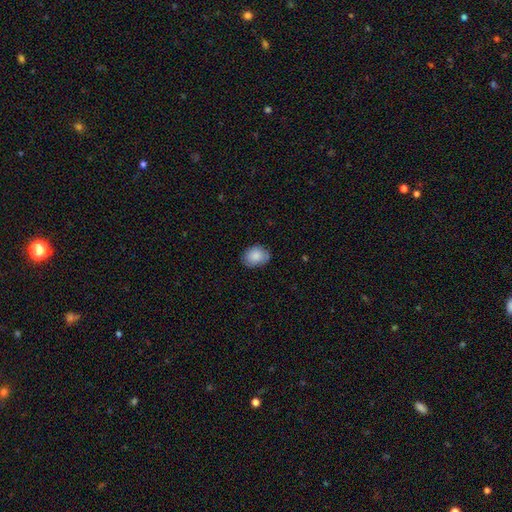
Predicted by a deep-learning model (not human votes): smooth_or_featured: smooth (p=0.87) [alt: star or artifact p=0.07]
how_rounded: in between (p=0.65) [alt: round p=0.34]
merging: none (p=0.77) [alt: minor disturbance p=0.19]